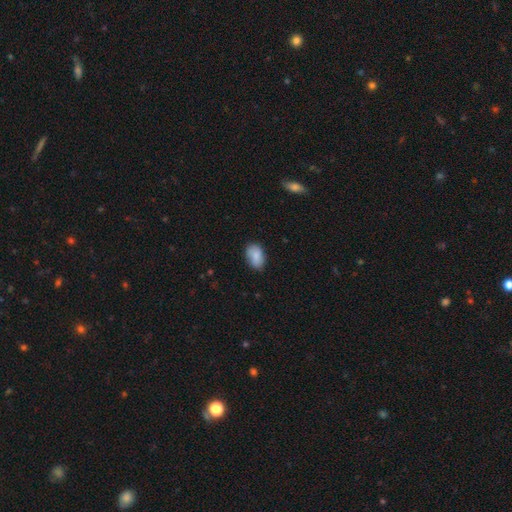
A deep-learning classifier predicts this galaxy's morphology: Smooth or featured?
  - smooth: 85% *
  - featured or disk: 8%
  - star or artifact: 7%
How rounded?
  - in between: 88% *
  - round: 11%
  - cigar-shaped: 1%
Merging?
  - none: 77% *
  - minor disturbance: 19%
  - major disturbance: 3%
  - merger: 1%